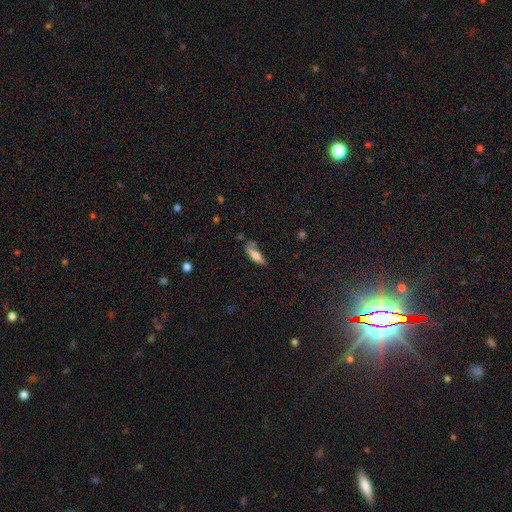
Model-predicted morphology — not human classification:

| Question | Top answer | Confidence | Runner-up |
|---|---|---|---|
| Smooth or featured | smooth | 64% | featured or disk (29%) |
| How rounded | cigar-shaped | 53% | in between (44%) |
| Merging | none | 55% | minor disturbance (27%) |